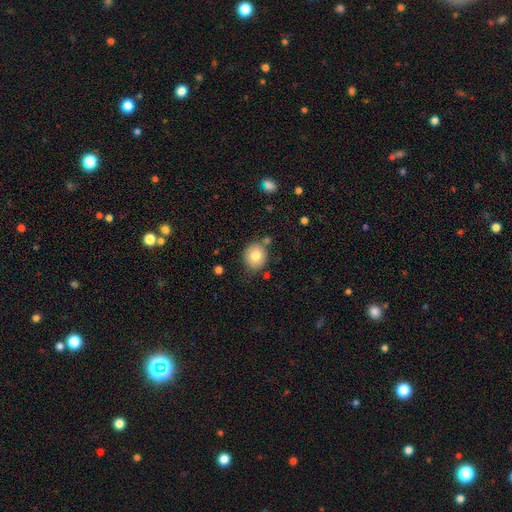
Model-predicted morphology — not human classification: smooth 79%, featured or disk 12%, star or artifact 10%. Down the decision tree: how rounded — round (76%); merging — none (75%).